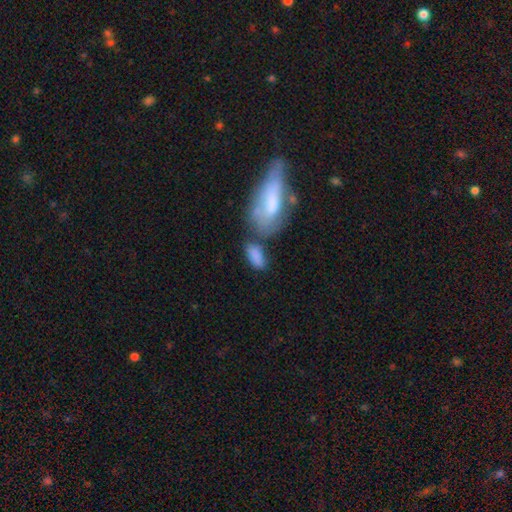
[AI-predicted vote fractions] Q: Smooth or featured?
A: smooth (82%); runner-up: featured or disk (10%)
Q: How rounded?
A: in between (87%); runner-up: cigar-shaped (9%)
Q: Merging?
A: none (46%); runner-up: merger (24%)